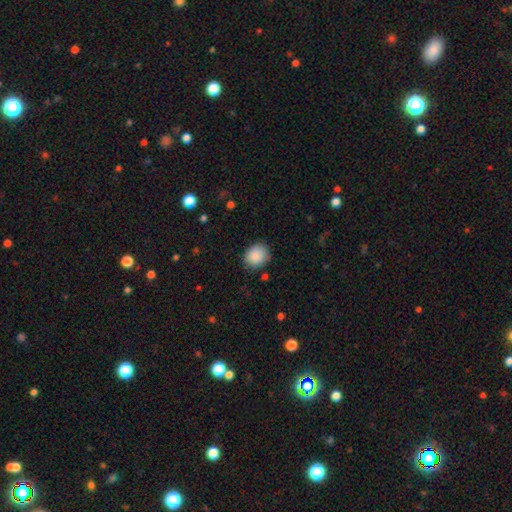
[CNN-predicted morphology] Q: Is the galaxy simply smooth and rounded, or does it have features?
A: smooth — 88%.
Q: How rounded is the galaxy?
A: round — 70%.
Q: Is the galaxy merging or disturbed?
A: none — 82%.